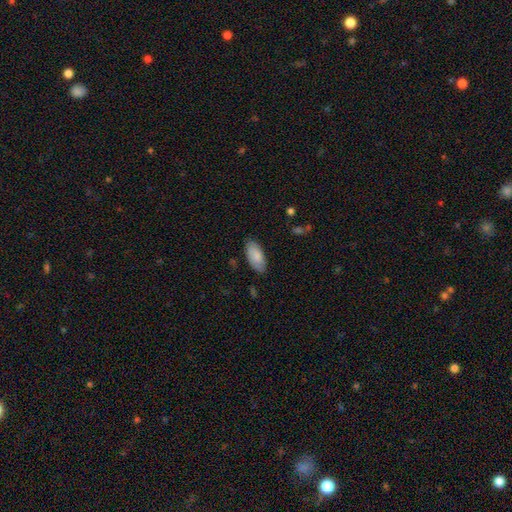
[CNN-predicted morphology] The model was most divided on "smooth or featured": smooth: 80%, featured or disk: 14%, star or artifact: 6%. More confident: how rounded — in between (92%); merging — none (82%).